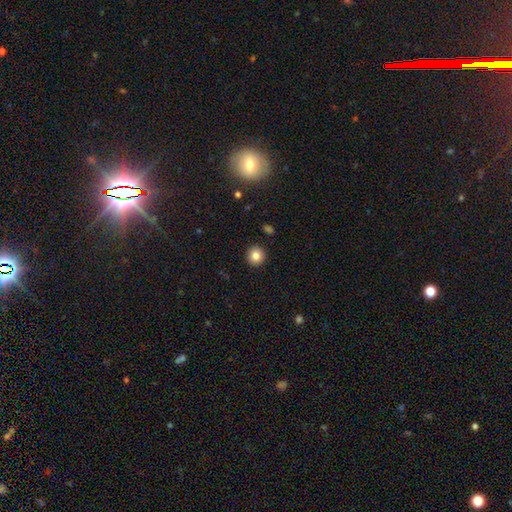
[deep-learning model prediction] Q: Smooth or featured?
A: smooth (83%); runner-up: star or artifact (10%)
Q: How rounded?
A: round (94%); runner-up: in between (5%)
Q: Merging?
A: none (93%); runner-up: minor disturbance (5%)